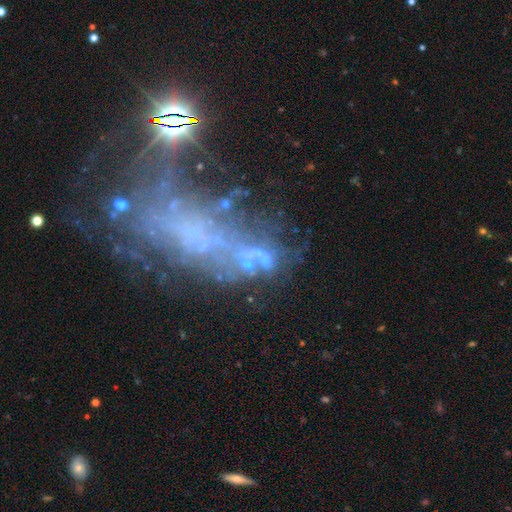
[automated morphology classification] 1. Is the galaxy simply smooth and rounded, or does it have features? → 52% featured or disk, 30% star or artifact, 19% smooth.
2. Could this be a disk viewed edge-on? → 94% no, 6% yes.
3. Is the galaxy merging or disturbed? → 33% major disturbance, 32% none, 21% merger, 13% minor disturbance.